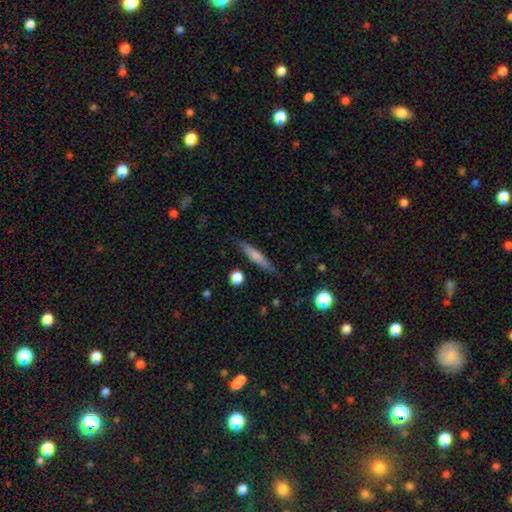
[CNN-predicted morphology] Smooth or featured? Predicted: smooth (p=0.66). How rounded? Predicted: cigar-shaped (p=0.92). Merging? Predicted: none (p=0.85).